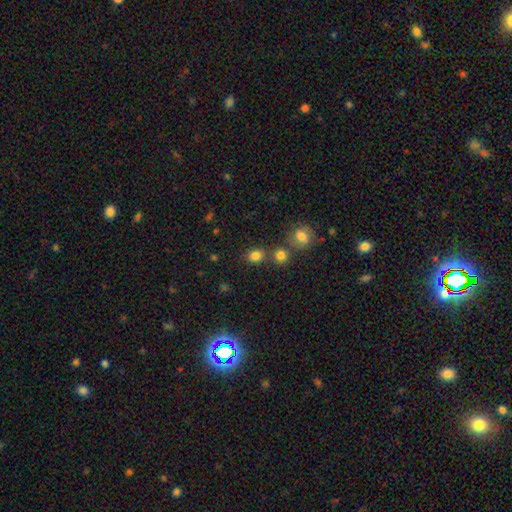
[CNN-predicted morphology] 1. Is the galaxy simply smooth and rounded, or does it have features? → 81% smooth, 12% star or artifact, 6% featured or disk.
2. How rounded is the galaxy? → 65% round, 33% in between, 1% cigar-shaped.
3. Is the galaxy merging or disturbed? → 68% none, 19% merger, 10% minor disturbance, 4% major disturbance.